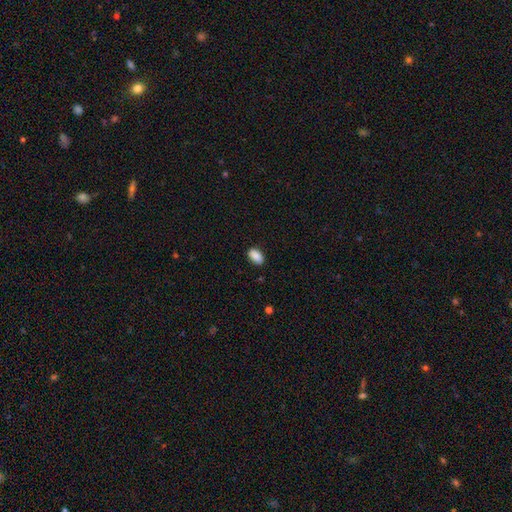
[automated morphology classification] This is clearly a smooth galaxy (90%). How rounded: clearly in between (93%). Merging: clearly none (86%).